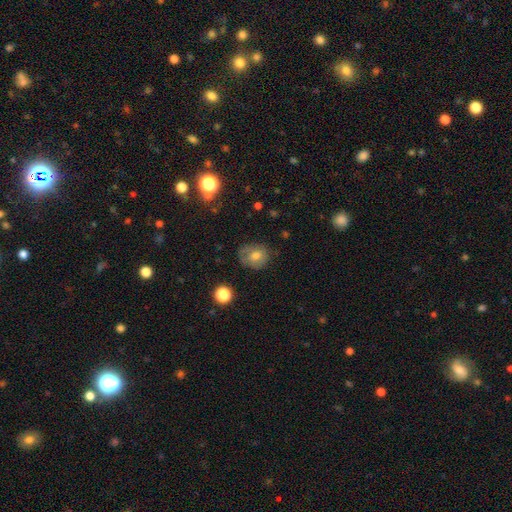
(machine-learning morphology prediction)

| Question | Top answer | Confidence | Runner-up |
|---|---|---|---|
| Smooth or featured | smooth | 65% | featured or disk (23%) |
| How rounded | round | 69% | in between (30%) |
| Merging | none | 69% | minor disturbance (22%) |